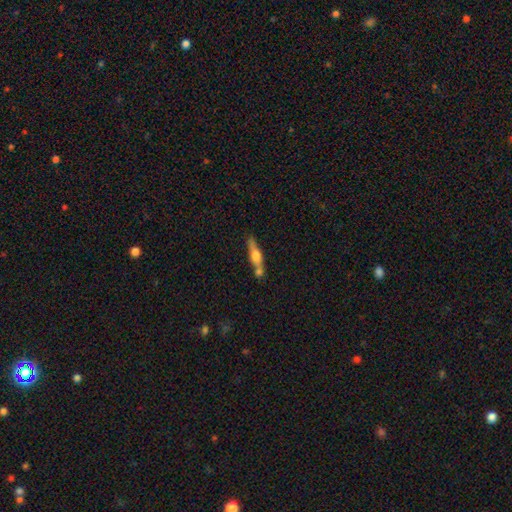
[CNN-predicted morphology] Overall: featured or disk (58%; smooth 36%). Edge-on disk: yes (93%). Edge-on bulge: rounded (87%). Merging: none (63%).